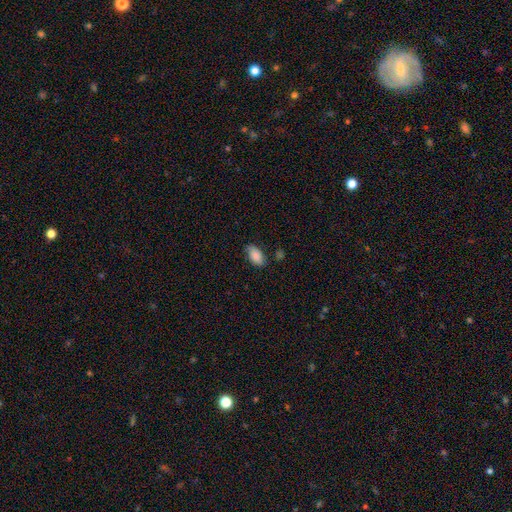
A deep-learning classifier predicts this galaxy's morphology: Smooth or featured? Predicted: smooth (p=0.85). How rounded? Predicted: in between (p=0.94). Merging? Predicted: none (p=0.70).